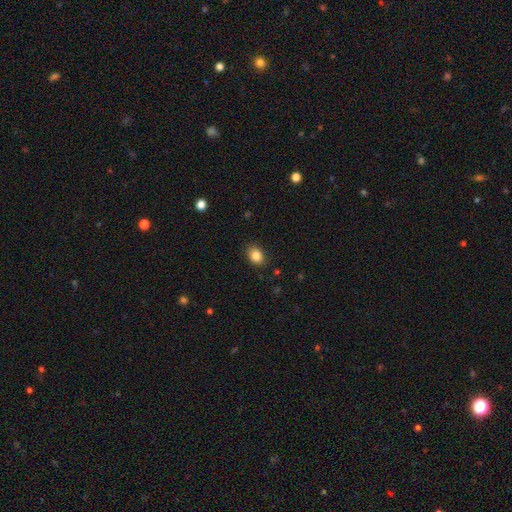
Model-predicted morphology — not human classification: Smooth or featured? smooth (85%)
How rounded? in between (65%)
Merging? none (86%)